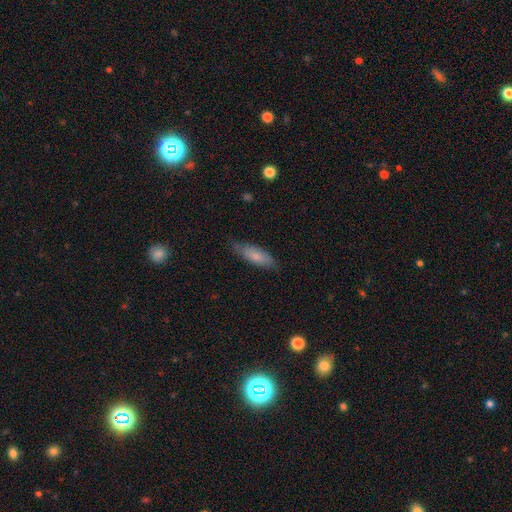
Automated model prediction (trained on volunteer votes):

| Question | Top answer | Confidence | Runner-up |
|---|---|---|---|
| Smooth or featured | smooth | 77% | featured or disk (17%) |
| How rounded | in between | 61% | cigar-shaped (37%) |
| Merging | none | 72% | minor disturbance (23%) |